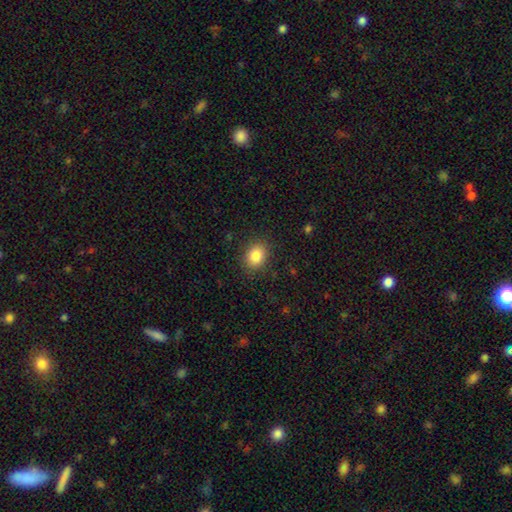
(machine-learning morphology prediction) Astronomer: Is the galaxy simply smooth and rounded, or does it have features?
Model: smooth — 85%.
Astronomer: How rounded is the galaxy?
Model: in between — 53% (runner-up: round, 46%).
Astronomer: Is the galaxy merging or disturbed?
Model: none — 87%.